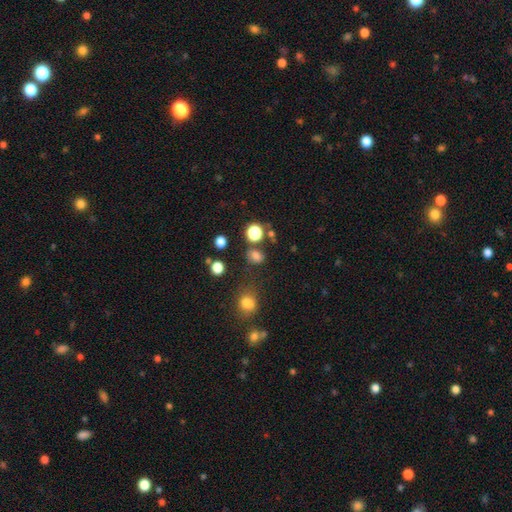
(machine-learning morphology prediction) Smooth or featured? smooth (73%)
How rounded? round (59%)
Merging? none (69%)